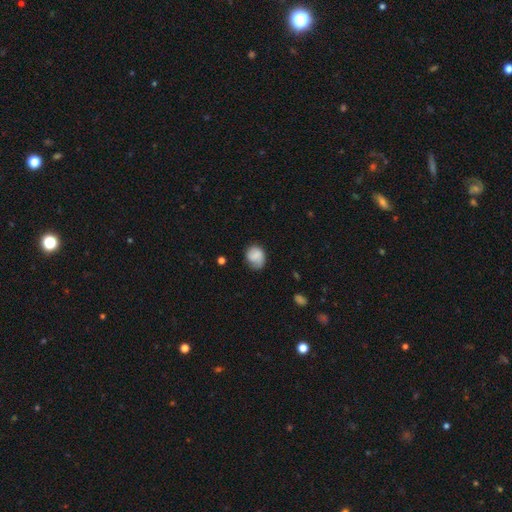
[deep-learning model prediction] Morphology: type=smooth (74%); roundness=round (58%); merging=none (57%).